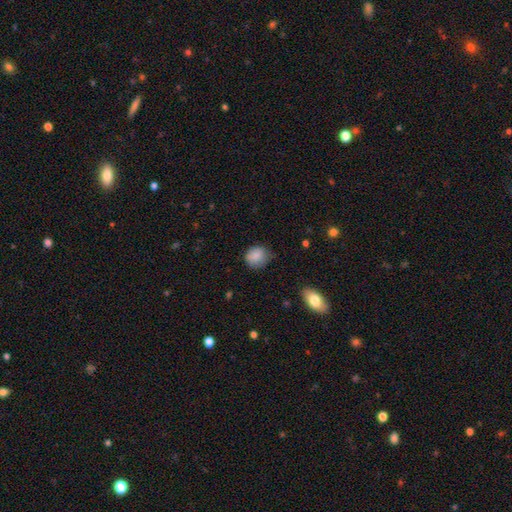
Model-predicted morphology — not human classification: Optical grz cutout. It shows a smooth galaxy with no disk features (86%) that is round (75%). Merging: none (67%).